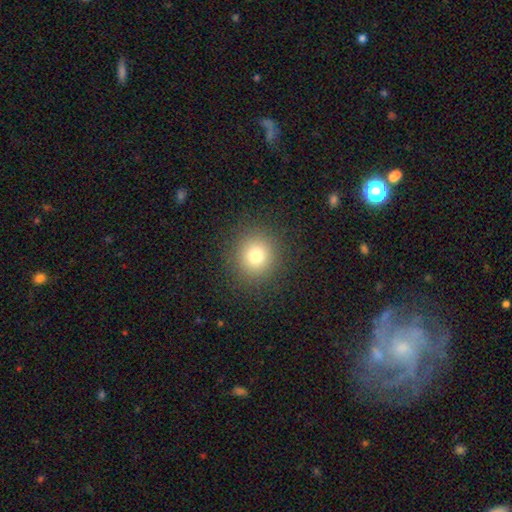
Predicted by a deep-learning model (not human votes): smooth_or_featured: smooth (p=0.77) [alt: star or artifact p=0.15]
how_rounded: round (p=0.90) [alt: in between p=0.09]
merging: none (p=0.89) [alt: minor disturbance p=0.06]